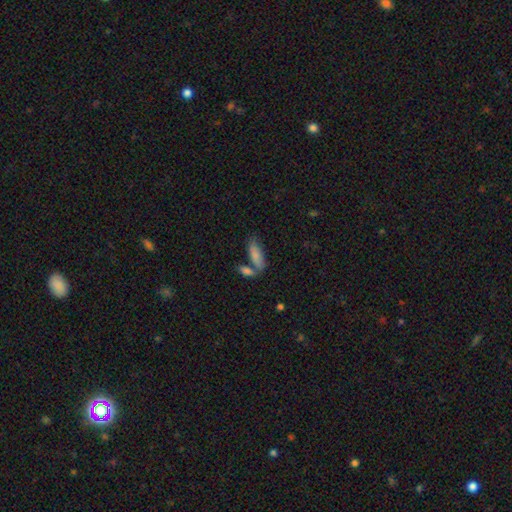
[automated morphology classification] Smooth or featured? Predicted: smooth (p=0.82). How rounded? Predicted: in between (p=0.72). Merging? Predicted: none (p=0.47).